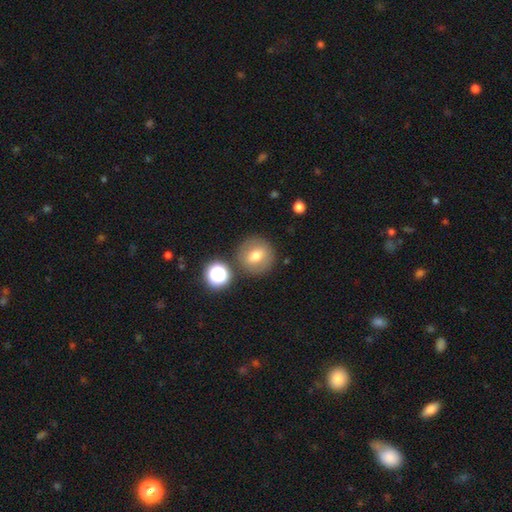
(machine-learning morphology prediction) smooth_or_featured: smooth (p=0.67) [alt: featured or disk p=0.21]
how_rounded: round (p=0.89) [alt: in between p=0.10]
merging: none (p=0.81) [alt: minor disturbance p=0.09]